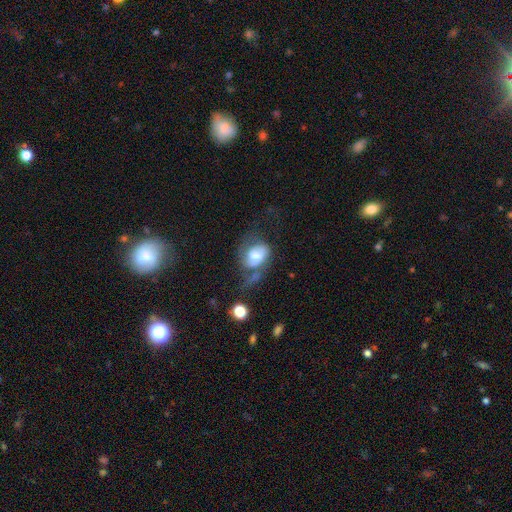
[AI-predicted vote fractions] A smooth galaxy with no disk features (51%) that is in between round and cigar-shaped (64%).

Vote fractions:
- Smooth or featured? smooth: 51% / featured or disk: 40% / star or artifact: 9%
- How rounded? in between: 64% / round: 35% / cigar-shaped: 1%
- Merging? major disturbance: 39% / none: 25% / minor disturbance: 22% / merger: 15%